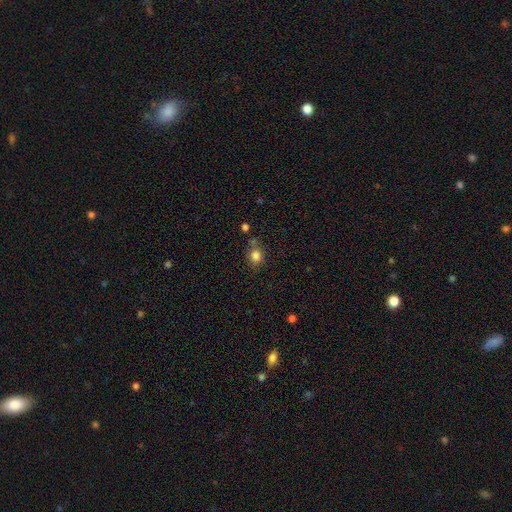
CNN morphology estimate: Smooth or featured: smooth — 81% (star or artifact — 12%)
How rounded: round — 65% (in between — 34%)
Merging: none — 69% (minor disturbance — 16%)